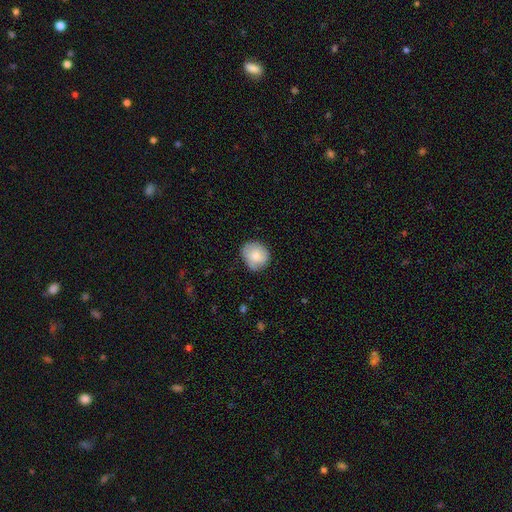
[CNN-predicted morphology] Smooth or featured? Predicted: smooth (p=0.78). How rounded? Predicted: round (p=0.79). Merging? Predicted: none (p=0.72).